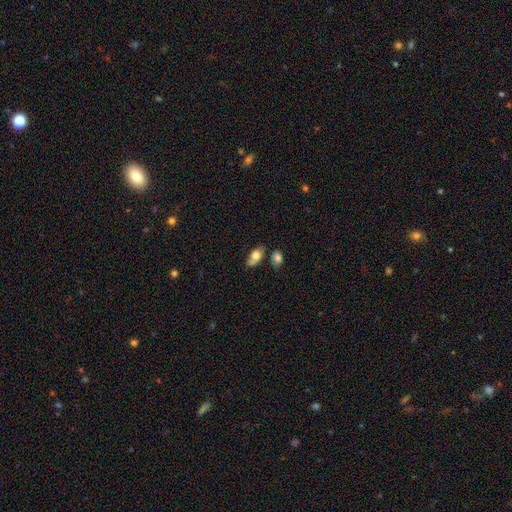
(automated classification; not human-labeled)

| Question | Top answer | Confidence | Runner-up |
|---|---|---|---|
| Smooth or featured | smooth | 70% | featured or disk (22%) |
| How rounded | in between | 87% | round (7%) |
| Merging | none | 48% | minor disturbance (24%) |